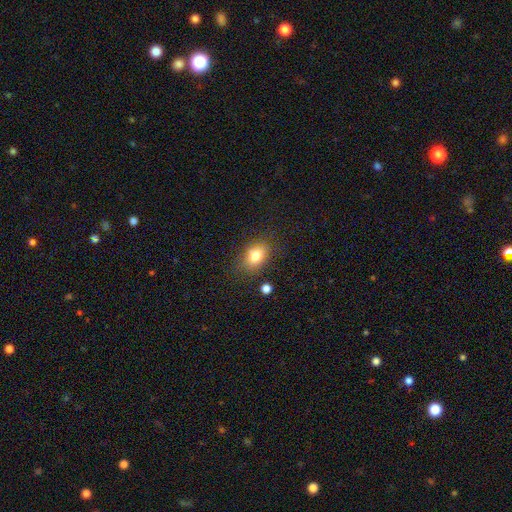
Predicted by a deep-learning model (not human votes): Smooth or featured?
  - smooth: 79% *
  - star or artifact: 11%
  - featured or disk: 10%
How rounded?
  - in between: 72% *
  - round: 26%
  - cigar-shaped: 2%
Merging?
  - none: 77% *
  - minor disturbance: 15%
  - major disturbance: 5%
  - merger: 3%